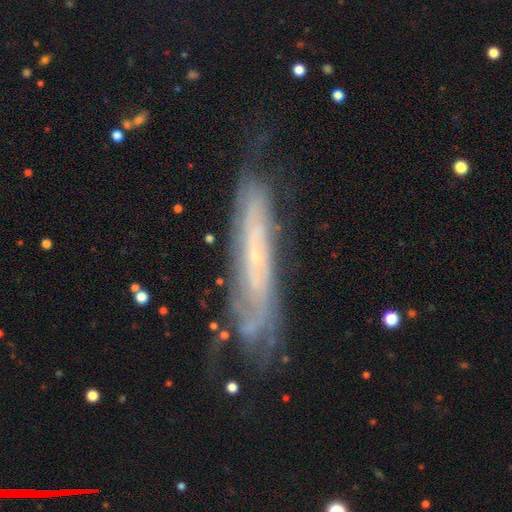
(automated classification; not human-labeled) smooth_or_featured: featured or disk (p=0.73) [alt: smooth p=0.18]
disk_edge_on: no (p=0.55) [alt: yes p=0.45]
merging: none (p=0.72) [alt: minor disturbance p=0.19]